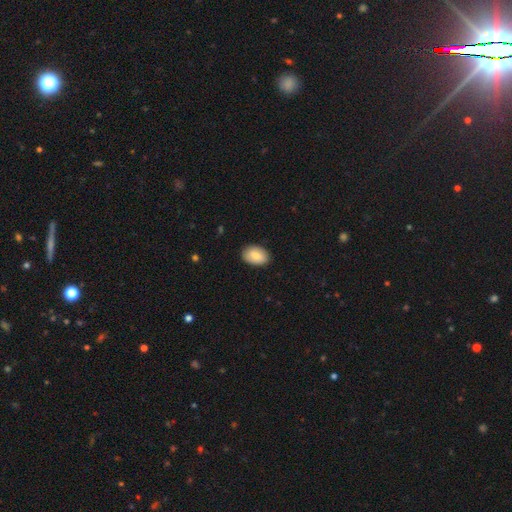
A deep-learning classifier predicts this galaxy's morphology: This is clearly a smooth galaxy (82%). How rounded: clearly in between (89%). Merging: clearly none (87%).